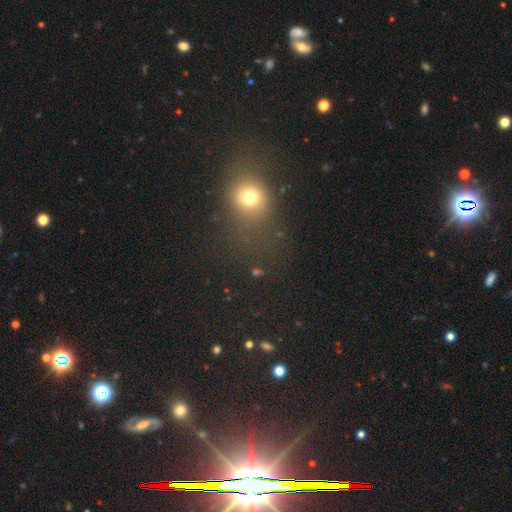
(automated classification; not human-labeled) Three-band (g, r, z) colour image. It shows a smooth galaxy with no disk features (44%, tied with star or artifact). Merging: none (78%).